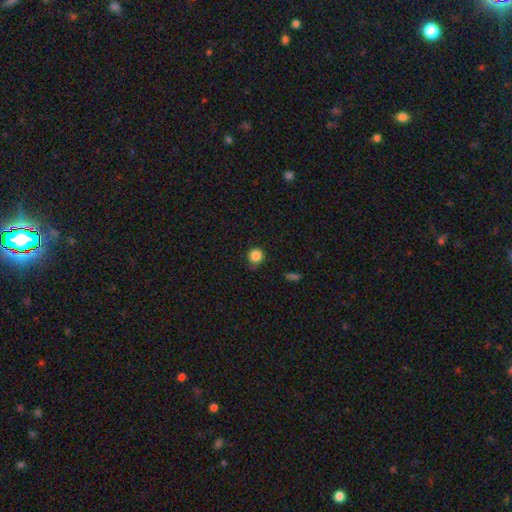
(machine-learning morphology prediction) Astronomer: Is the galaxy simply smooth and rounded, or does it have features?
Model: smooth — 85%.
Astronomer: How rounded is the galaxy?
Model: round — 93%.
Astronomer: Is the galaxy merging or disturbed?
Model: none — 78%.